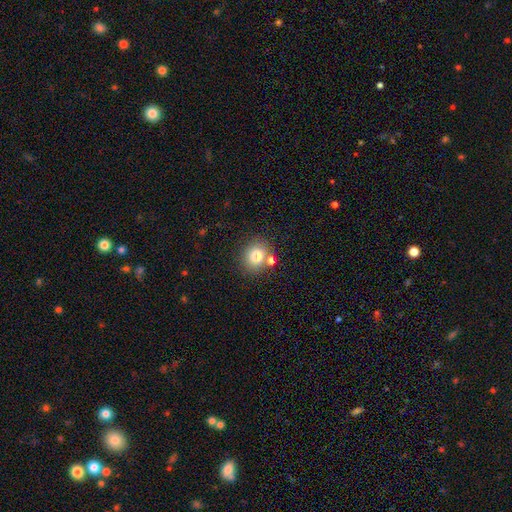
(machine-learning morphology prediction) This is likely a smooth galaxy (79%). How rounded: likely round (79%). Merging: likely none (78%).